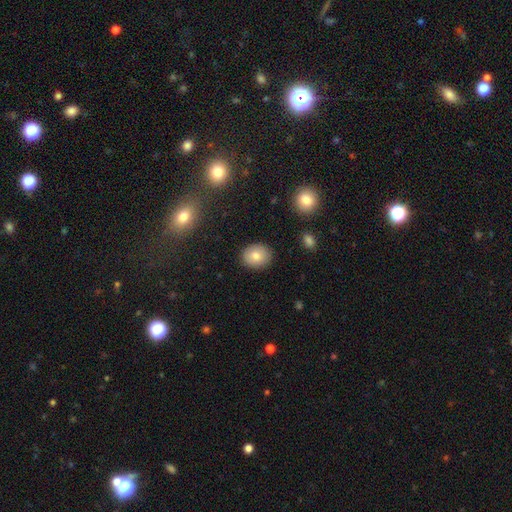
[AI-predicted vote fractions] Overall: smooth (80%). How rounded: round (61%; in between 38%). Merging: none (88%).